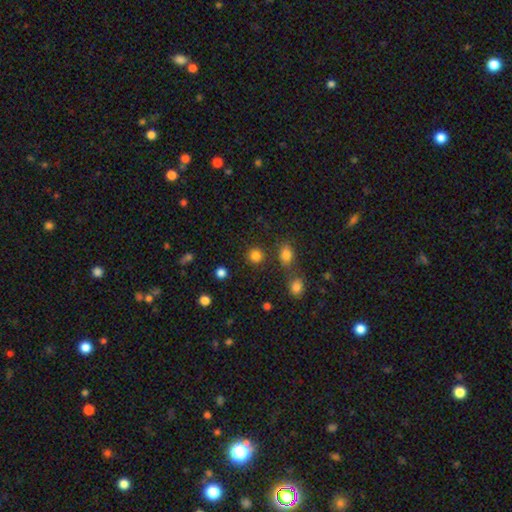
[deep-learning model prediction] Smooth or featured? smooth (82%)
How rounded? round (90%)
Merging? none (84%)